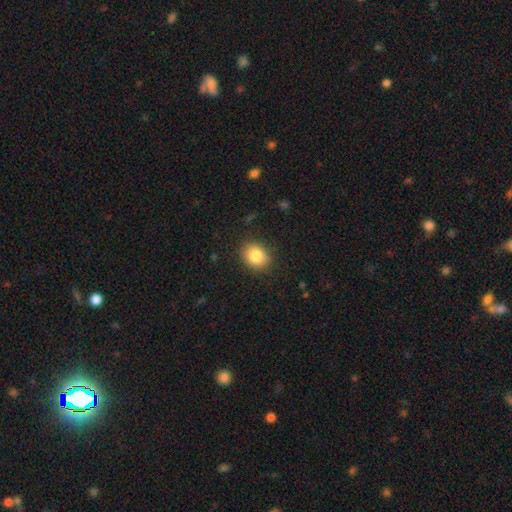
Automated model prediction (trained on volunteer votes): Morphology: type=smooth (83%); roundness=round (61%); merging=none (87%).